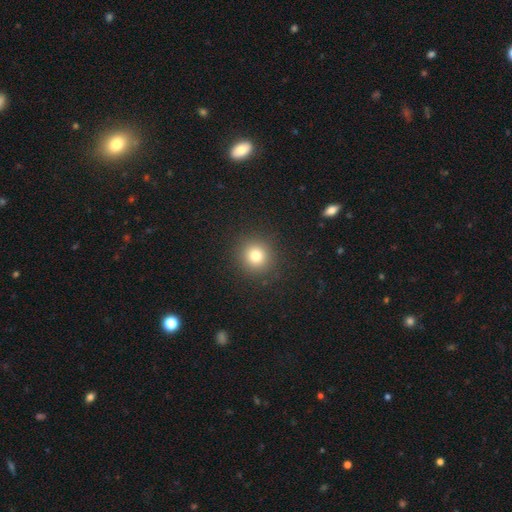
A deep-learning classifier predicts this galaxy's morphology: Smooth or featured? smooth (79%)
How rounded? round (93%)
Merging? none (91%)